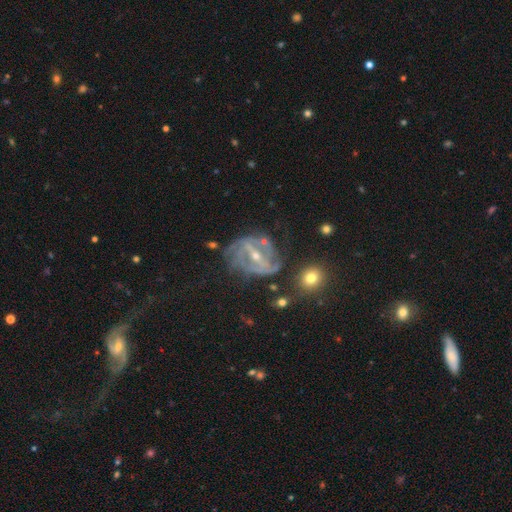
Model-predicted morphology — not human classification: Overall: featured or disk (85%). Edge-on disk: no (95%). Bar: strong (57%; weak 30%). Spiral arms: yes (86%). Spiral arm count: 2 (38%; can't tell 29%). Spiral winding: tight (45%; medium 39%). Bulge size: small (60%; moderate 37%). Merging: none (56%; minor disturbance 22%).